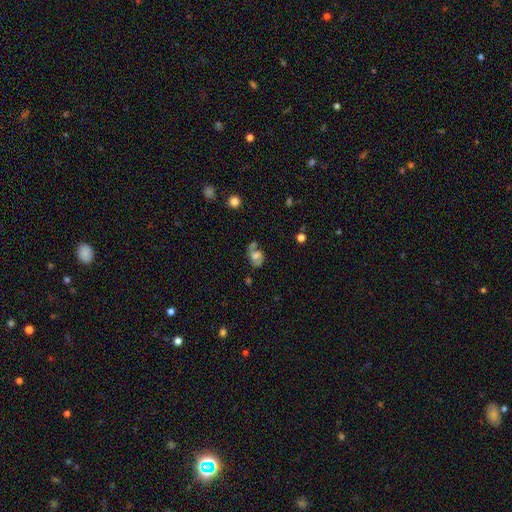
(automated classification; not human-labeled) Overall: featured or disk (51%; smooth 39%). Edge-on disk: no (95%). Merging: none (48%; minor disturbance 24%).